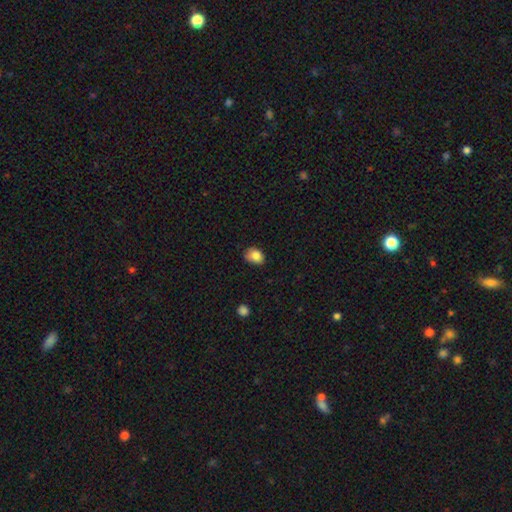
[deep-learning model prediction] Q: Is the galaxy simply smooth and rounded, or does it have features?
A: smooth — 85%.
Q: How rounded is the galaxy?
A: in between — 70%.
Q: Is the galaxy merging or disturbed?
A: none — 69%.